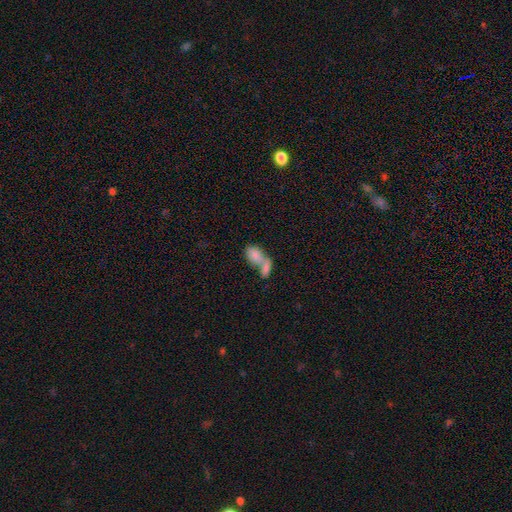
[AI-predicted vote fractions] Smooth or featured?
  - smooth: 80% *
  - featured or disk: 13%
  - star or artifact: 7%
How rounded?
  - in between: 88% *
  - round: 9%
  - cigar-shaped: 3%
Merging?
  - merger: 70% *
  - none: 19%
  - minor disturbance: 7%
  - major disturbance: 5%